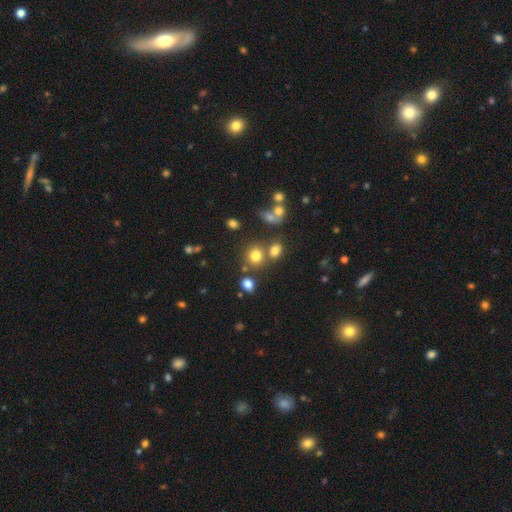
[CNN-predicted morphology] A smooth galaxy with no disk features (74%) that is round (80%). Merging: none (63%).